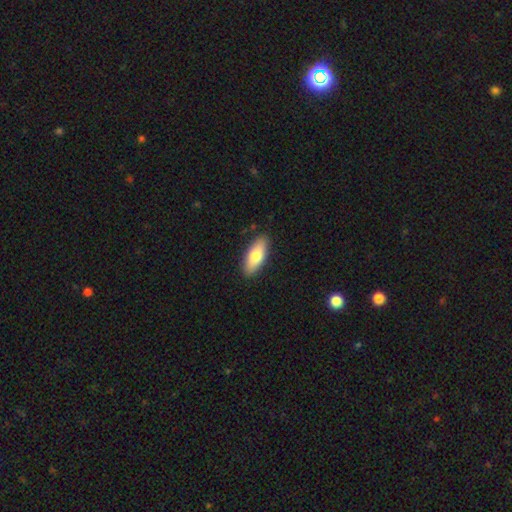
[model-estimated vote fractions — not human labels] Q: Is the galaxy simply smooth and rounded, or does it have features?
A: smooth — 76%.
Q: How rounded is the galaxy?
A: in between — 77%.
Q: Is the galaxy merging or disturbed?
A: none — 88%.